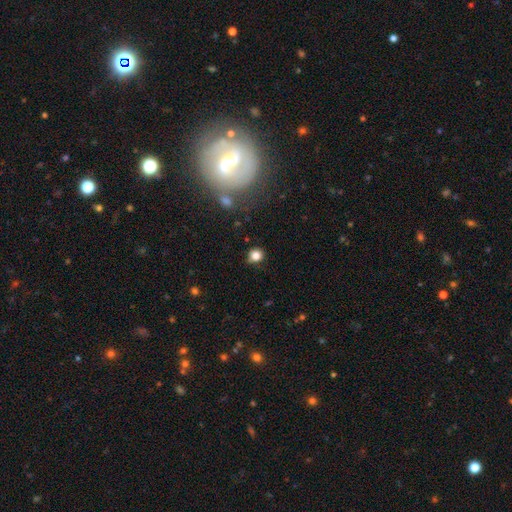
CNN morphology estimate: type=smooth (82%); roundness=round (80%); merging=none (79%).